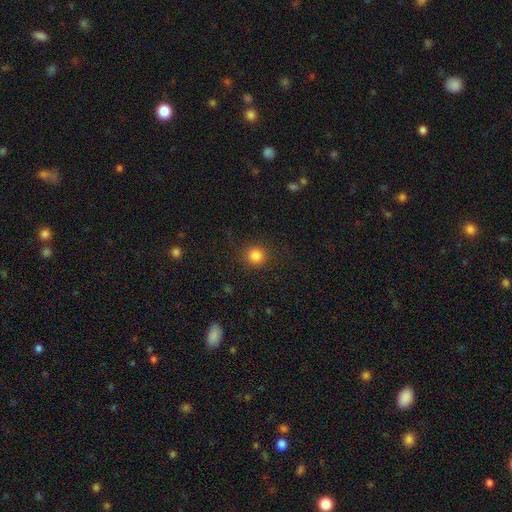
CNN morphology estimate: This is clearly a smooth galaxy (84%). How rounded: clearly round (92%). Merging: clearly none (89%).